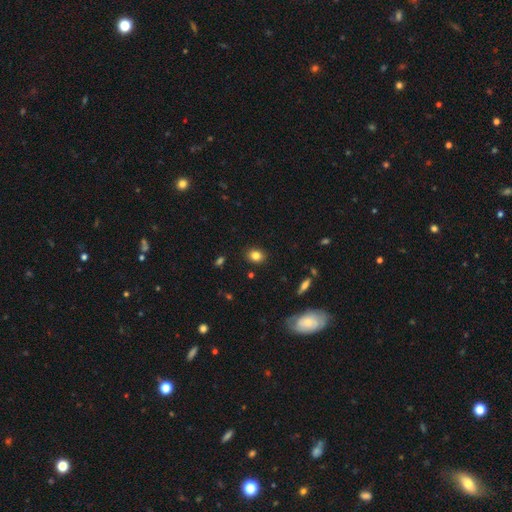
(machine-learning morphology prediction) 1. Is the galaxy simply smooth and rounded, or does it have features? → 82% smooth, 11% star or artifact, 7% featured or disk.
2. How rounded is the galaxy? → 57% round, 42% in between, 1% cigar-shaped.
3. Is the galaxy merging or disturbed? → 88% none, 8% minor disturbance, 2% major disturbance, 1% merger.